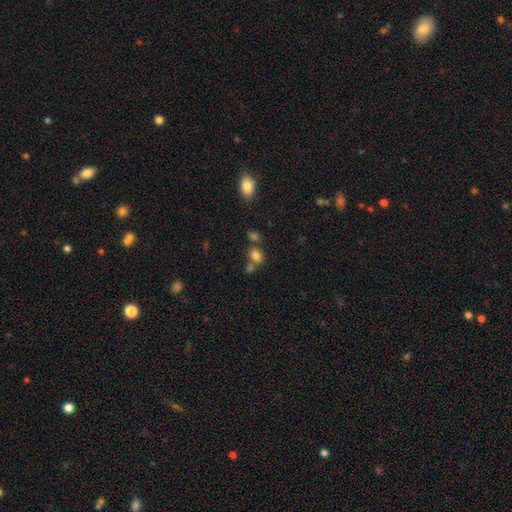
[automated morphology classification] Smooth or featured? Predicted: smooth (p=0.79). How rounded? Predicted: round (p=0.51). Merging? Predicted: none (p=0.51).